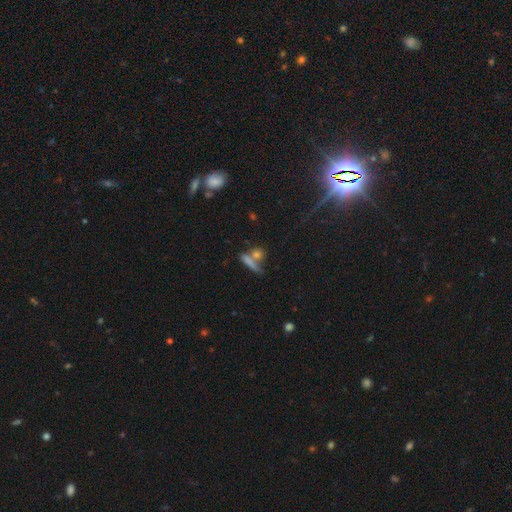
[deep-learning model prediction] Q: Smooth or featured?
A: smooth (48%); runner-up: star or artifact (27%)
Q: Merging?
A: none (48%); runner-up: merger (34%)